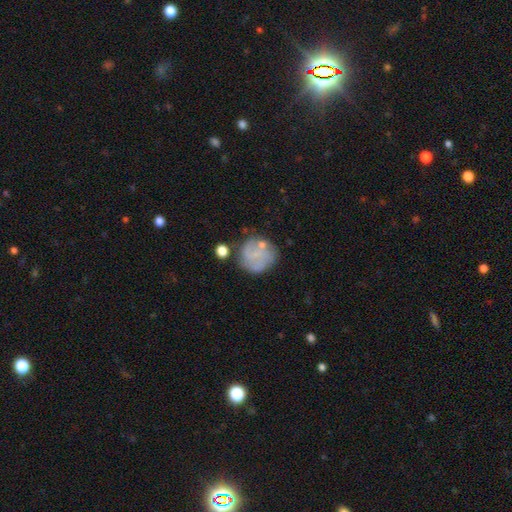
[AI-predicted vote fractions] smooth 52%, featured or disk 38%, star or artifact 10%. Down the decision tree: how rounded — round (89%); merging — none (59%).